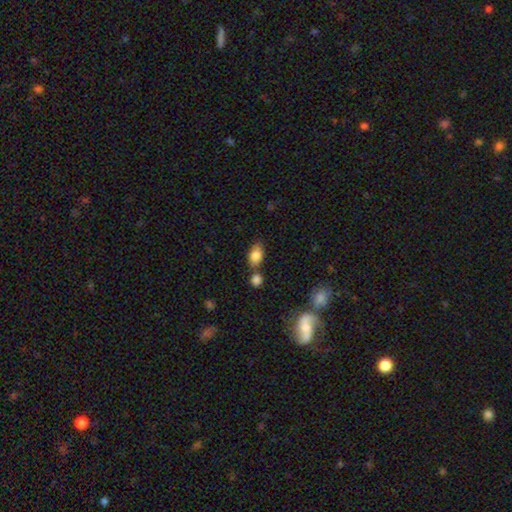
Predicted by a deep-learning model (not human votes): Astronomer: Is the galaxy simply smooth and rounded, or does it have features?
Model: smooth — 84%.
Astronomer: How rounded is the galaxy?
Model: in between — 85%.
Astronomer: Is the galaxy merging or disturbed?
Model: none — 60%.